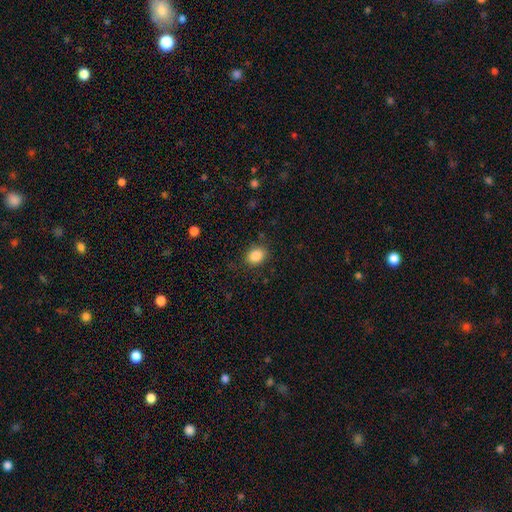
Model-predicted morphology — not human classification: smooth_or_featured: smooth (p=0.86) [alt: star or artifact p=0.09]
how_rounded: in between (p=0.55) [alt: round p=0.44]
merging: none (p=0.85) [alt: minor disturbance p=0.11]